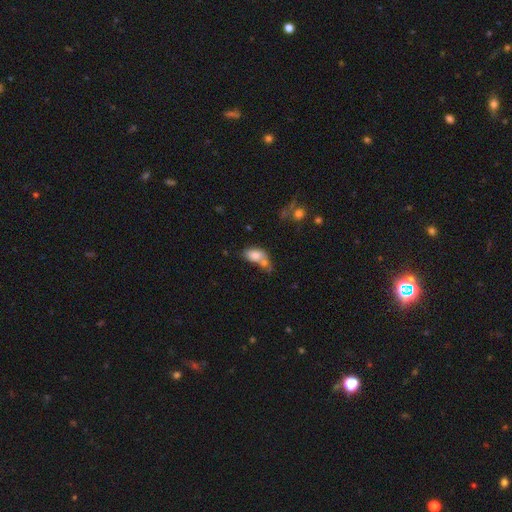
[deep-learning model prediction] This appears to be a smooth galaxy with no disk features (78%) that is in between round and cigar-shaped (89%). Merging: merger (45%).